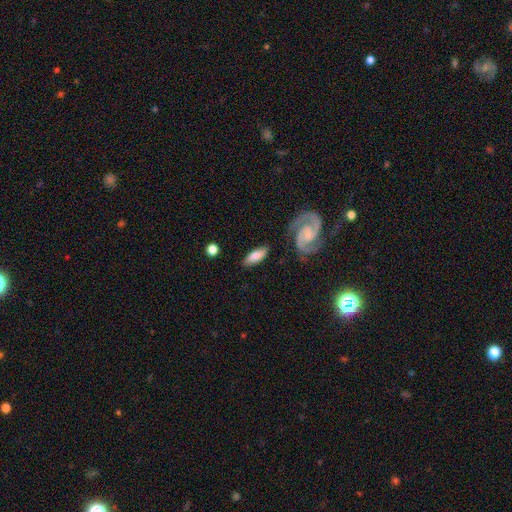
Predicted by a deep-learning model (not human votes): Smooth or featured?
  - smooth: 61% *
  - featured or disk: 33%
  - star or artifact: 6%
How rounded?
  - in between: 63% *
  - cigar-shaped: 34%
  - round: 3%
Merging?
  - none: 78% *
  - minor disturbance: 14%
  - major disturbance: 4%
  - merger: 3%